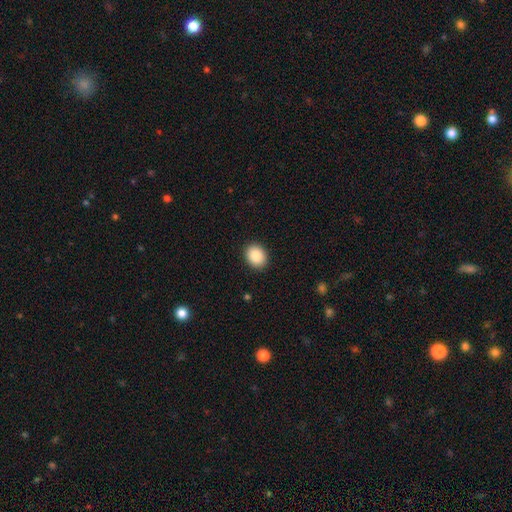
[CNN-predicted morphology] Smooth or featured? Predicted: smooth (p=0.90). How rounded? Predicted: in between (p=0.53). Merging? Predicted: none (p=0.90).